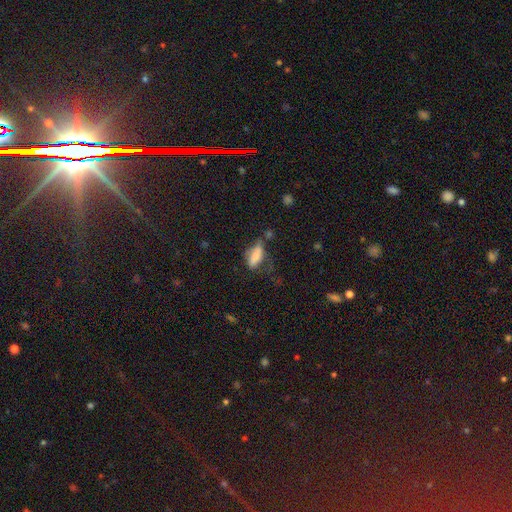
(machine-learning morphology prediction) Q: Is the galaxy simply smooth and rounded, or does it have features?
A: smooth — 72%.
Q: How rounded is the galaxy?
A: in between — 70%.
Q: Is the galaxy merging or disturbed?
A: none — 32%.